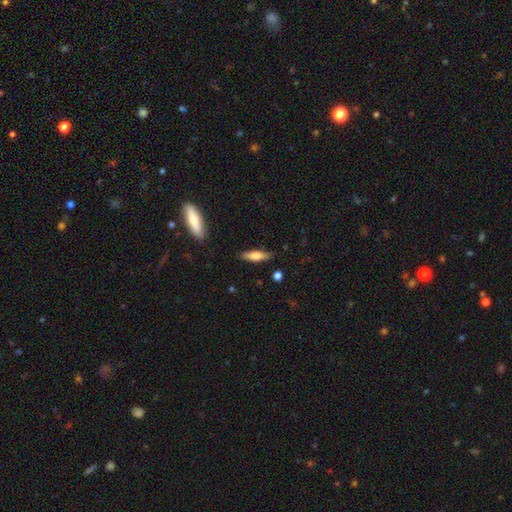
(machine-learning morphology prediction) Smooth or featured? Predicted: smooth (p=0.62). How rounded? Predicted: cigar-shaped (p=0.63). Merging? Predicted: none (p=0.85).